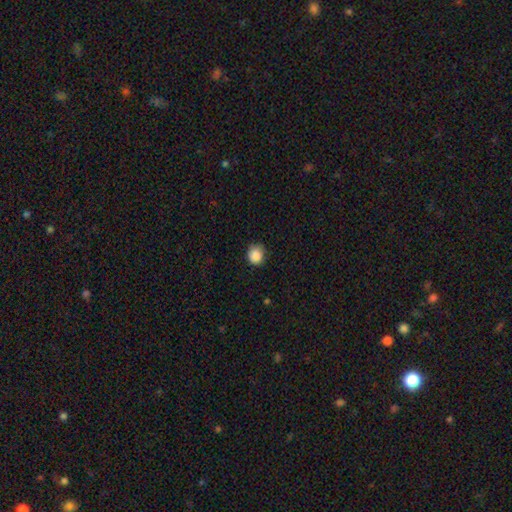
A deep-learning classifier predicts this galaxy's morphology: This is clearly a smooth galaxy (87%). How rounded: clearly round (81%). Merging: likely none (73%).